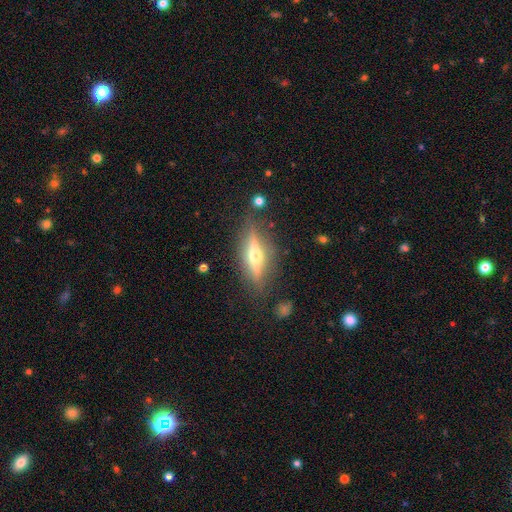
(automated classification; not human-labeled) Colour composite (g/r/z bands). It shows a featured or disk galaxy (72%) viewed edge-on (94%) with a rounded central bulge (93%). Merging: none (84%).